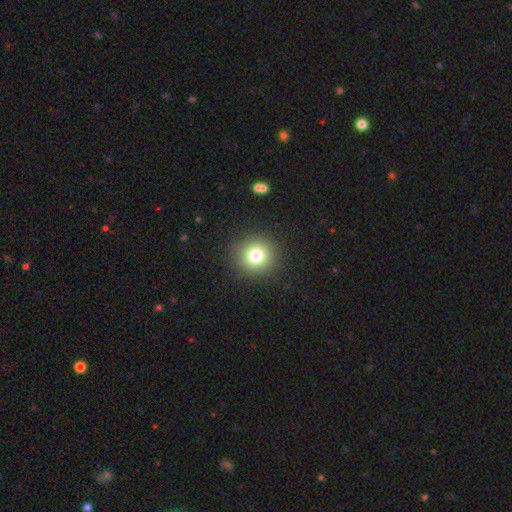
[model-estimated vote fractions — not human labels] This appears to be a smooth galaxy with no disk features (78%) that is round (92%). Merging: none (90%).